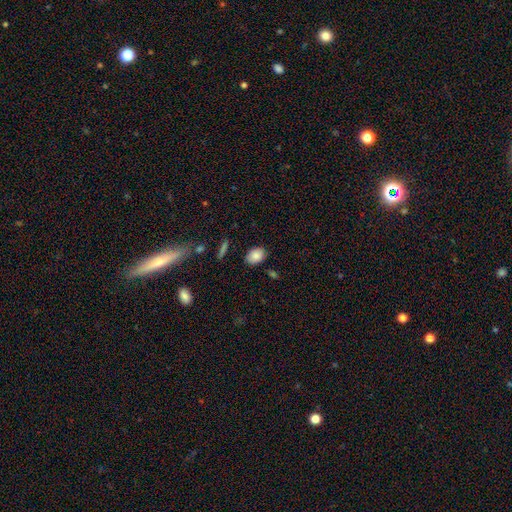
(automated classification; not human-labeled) Smooth or featured? smooth (85%)
How rounded? in between (78%)
Merging? none (84%)